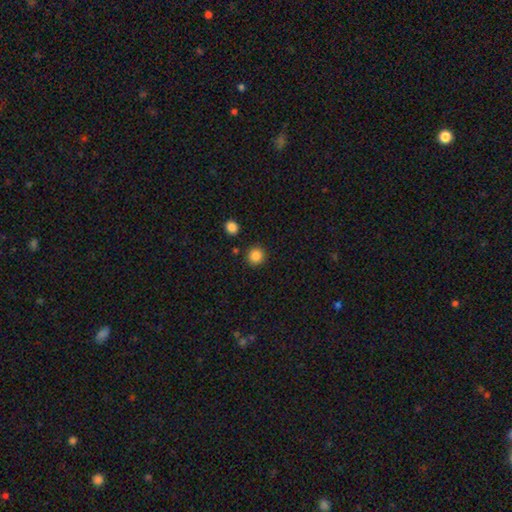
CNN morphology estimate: Smooth or featured? smooth (86%)
How rounded? round (93%)
Merging? none (89%)